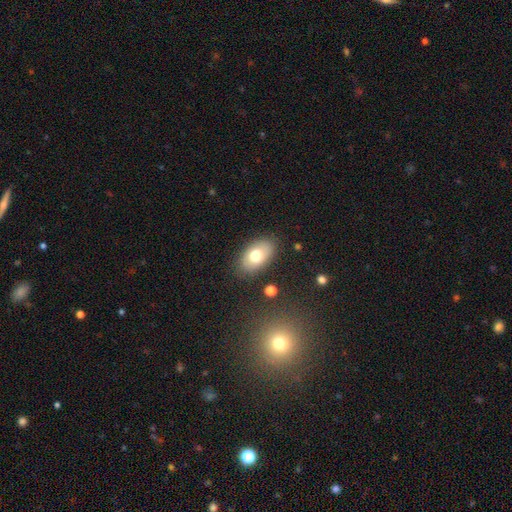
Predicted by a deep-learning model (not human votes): smooth-or-featured: smooth: 72% | featured or disk: 20% | star or artifact: 8%
  how-rounded: in between: 91% | round: 8% | cigar-shaped: 1%
  merging: none: 85% | minor disturbance: 10% | major disturbance: 3% | merger: 2%